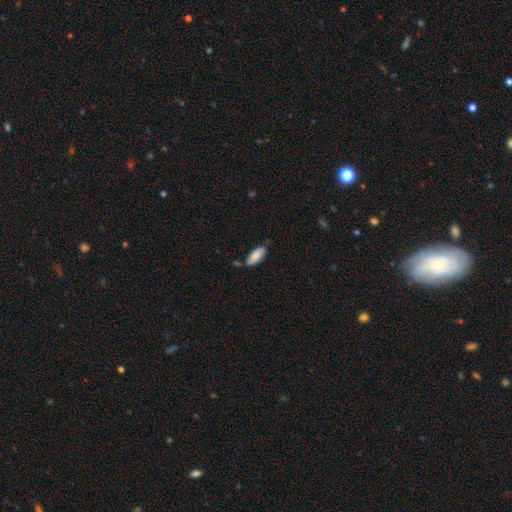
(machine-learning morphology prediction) Overall: smooth (82%). How rounded: in between (80%). Merging: none (70%).